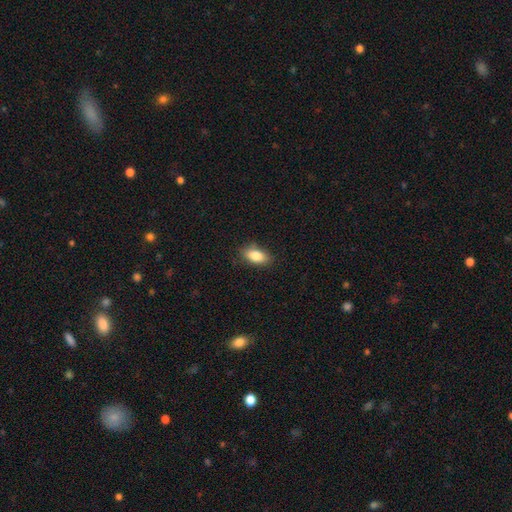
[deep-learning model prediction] The model was most divided on "merging": none: 82%, minor disturbance: 14%, major disturbance: 3%, merger: 1%. More confident: how rounded — in between (89%); smooth or featured — smooth (85%).